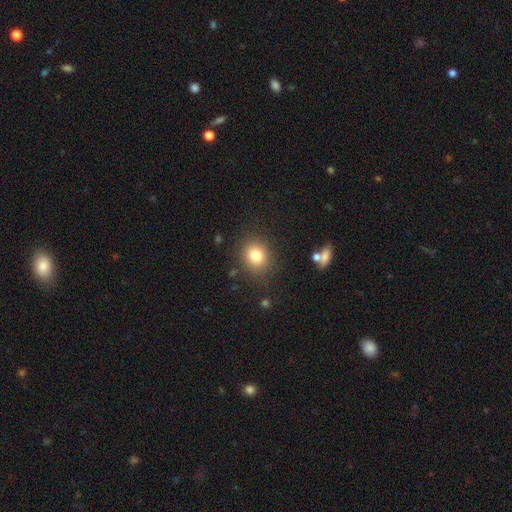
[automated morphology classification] Smooth or featured: smooth — 80% (star or artifact — 12%)
How rounded: round — 74% (in between — 25%)
Merging: none — 85% (minor disturbance — 9%)